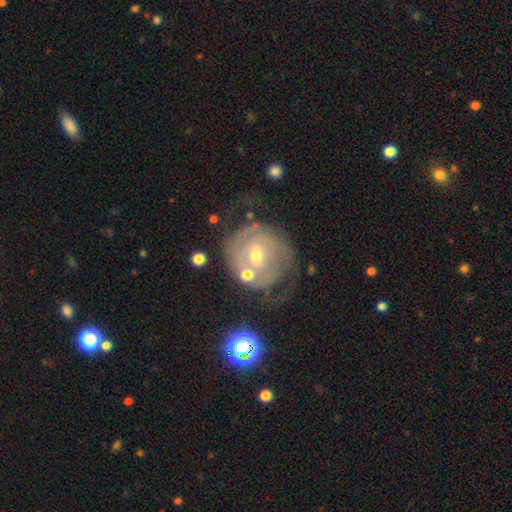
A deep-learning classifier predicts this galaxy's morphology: The model was most divided on "spiral arm count": 2: 42%, can't tell: 37%, 3: 8%, 1: 6%, 4: 3%, more than 4: 3%. Remaining: edge-on disk — no (97%); spiral arms — yes (82%); smooth or featured — featured or disk (75%); spiral winding — tight (59%); bulge size — small (54%); merging — none (51%); bar — weak (46%).